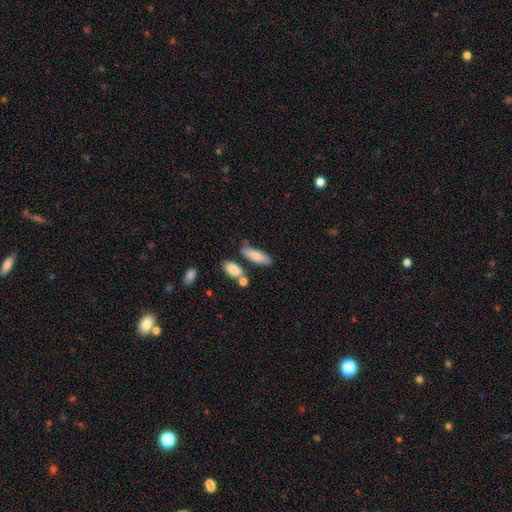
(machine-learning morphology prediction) smooth 83%, featured or disk 11%, star or artifact 6%. Down the decision tree: how rounded — in between (62%); merging — none (65%).